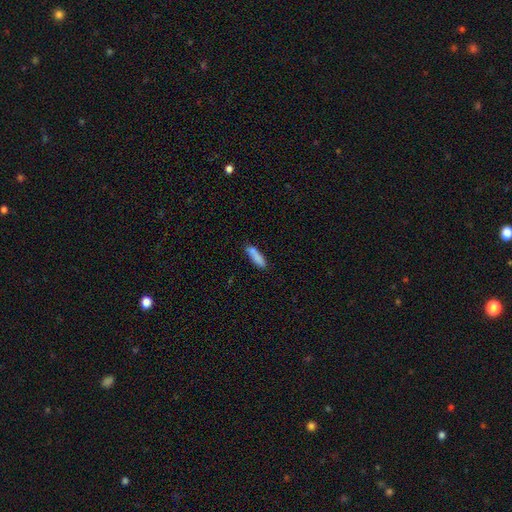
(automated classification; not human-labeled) A smooth galaxy with no disk features (84%) that is cigar-shaped (65%).

Vote fractions:
- Smooth or featured? smooth: 84% / featured or disk: 9% / star or artifact: 7%
- How rounded? cigar-shaped: 65% / in between: 33% / round: 2%
- Merging? none: 70% / minor disturbance: 16% / merger: 10% / major disturbance: 4%